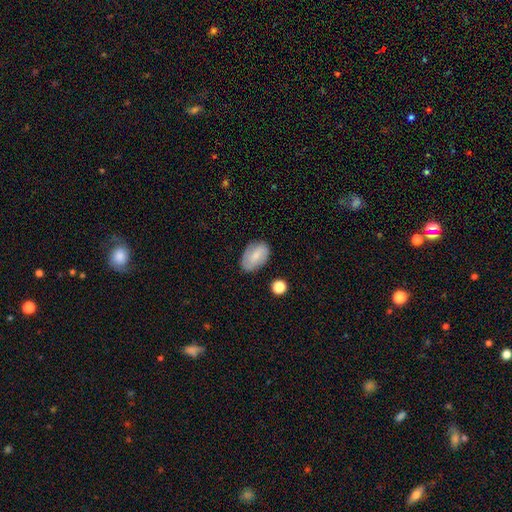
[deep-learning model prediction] A smooth galaxy with no disk features (64%) that is in between round and cigar-shaped (89%). Merging: none (77%).